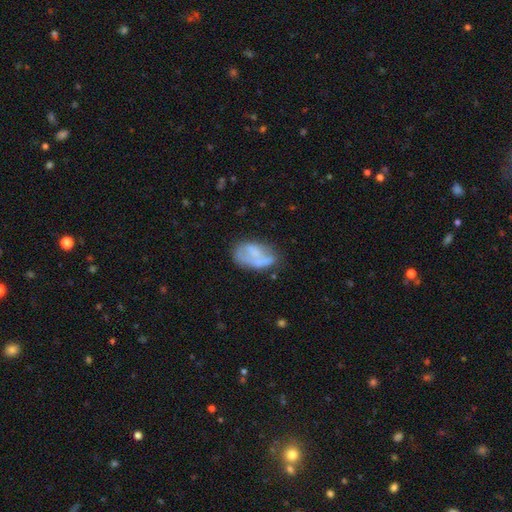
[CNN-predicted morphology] Smooth or featured: smooth — 50% (featured or disk — 42%)
Merging: none — 43% (minor disturbance — 31%)